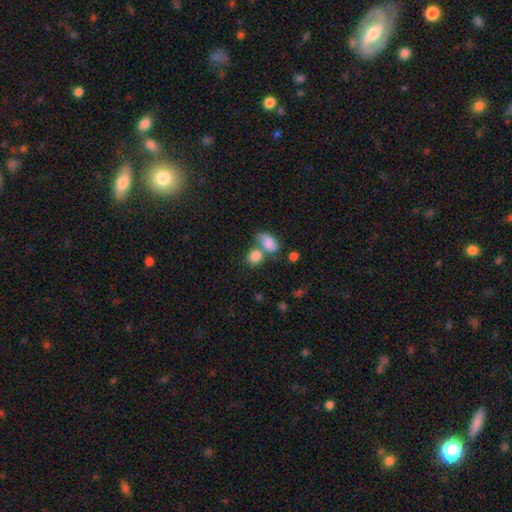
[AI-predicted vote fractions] smooth-or-featured: smooth: 83% | featured or disk: 9% | star or artifact: 9%
  how-rounded: round: 56% | in between: 43% | cigar-shaped: 2%
  merging: merger: 48% | none: 37% | minor disturbance: 10% | major disturbance: 5%